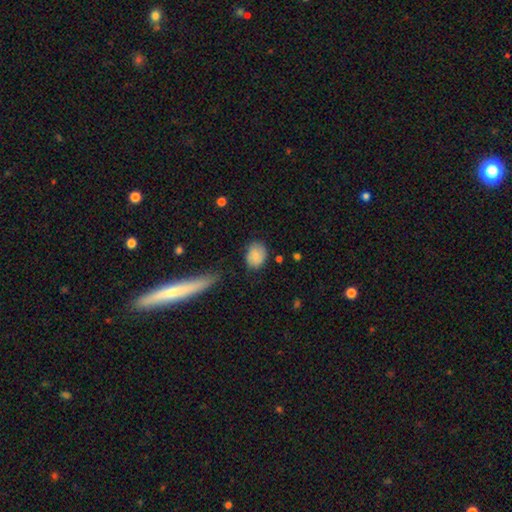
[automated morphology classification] Smooth or featured? Predicted: smooth (p=0.79). How rounded? Predicted: in between (p=0.59). Merging? Predicted: none (p=0.74).